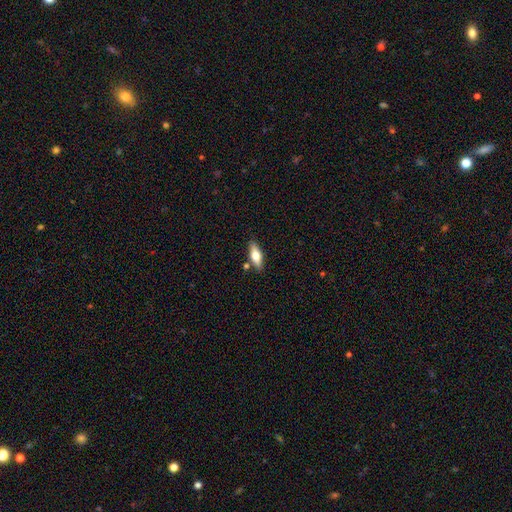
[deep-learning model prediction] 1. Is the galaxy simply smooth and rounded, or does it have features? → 58% smooth, 36% featured or disk, 6% star or artifact.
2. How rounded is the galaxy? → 60% in between, 37% cigar-shaped, 3% round.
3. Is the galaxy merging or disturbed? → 81% none, 11% minor disturbance, 6% merger, 2% major disturbance.